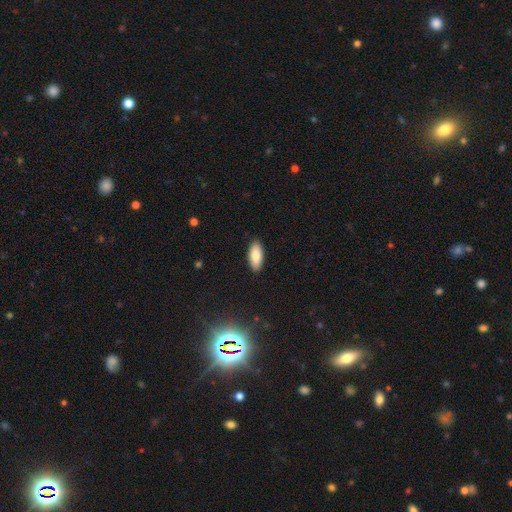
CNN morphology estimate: A smooth galaxy with no disk features (82%) that is in between round and cigar-shaped (85%).

Vote fractions:
- Smooth or featured? smooth: 82% / featured or disk: 12% / star or artifact: 7%
- How rounded? in between: 85% / cigar-shaped: 13% / round: 2%
- Merging? none: 90% / minor disturbance: 8% / major disturbance: 2% / merger: 1%